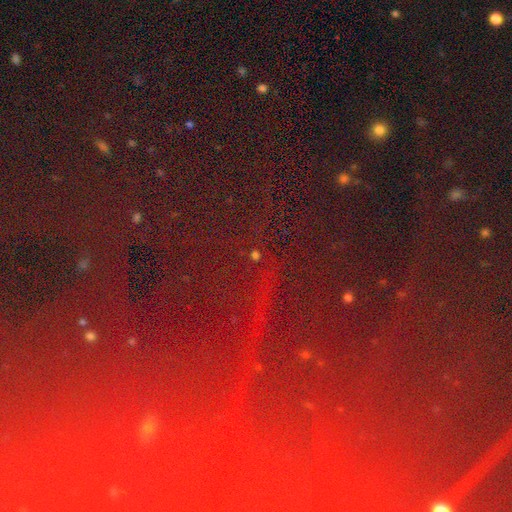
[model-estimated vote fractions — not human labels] Smooth or featured? star or artifact (81%)